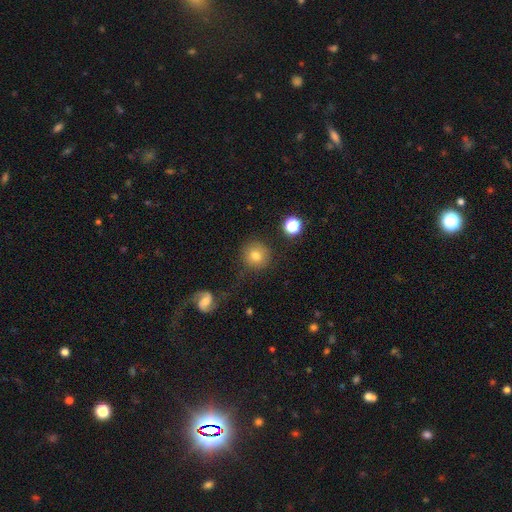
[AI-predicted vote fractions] smooth 73%, featured or disk 15%, star or artifact 12%. Down the decision tree: how rounded — round (93%); merging — none (82%).